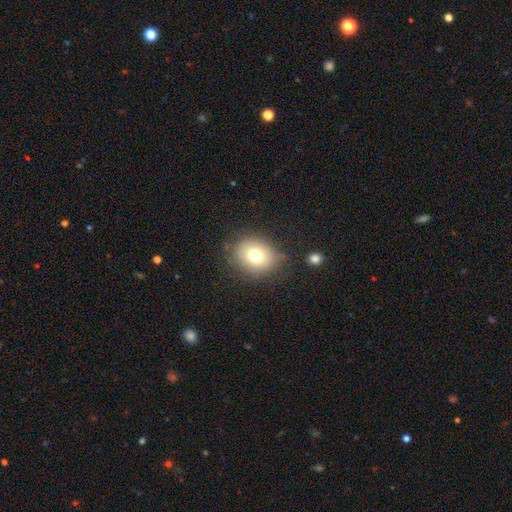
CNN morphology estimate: Smooth or featured? Predicted: smooth (p=0.75). How rounded? Predicted: round (p=0.64). Merging? Predicted: none (p=0.75).